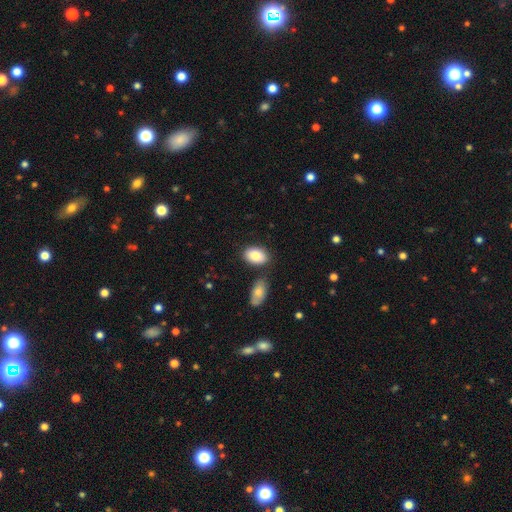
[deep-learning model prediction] The model was most divided on "merging": none: 75%, minor disturbance: 12%, merger: 10%, major disturbance: 3%. More confident: how rounded — in between (90%); smooth or featured — smooth (85%).